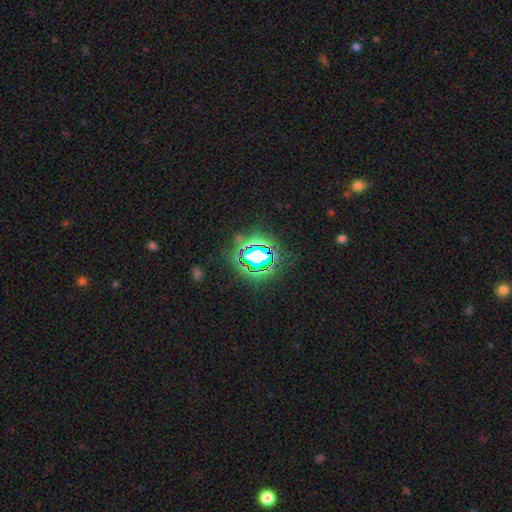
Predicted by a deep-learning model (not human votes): smooth-or-featured: star or artifact: 71% | smooth: 17% | featured or disk: 12%